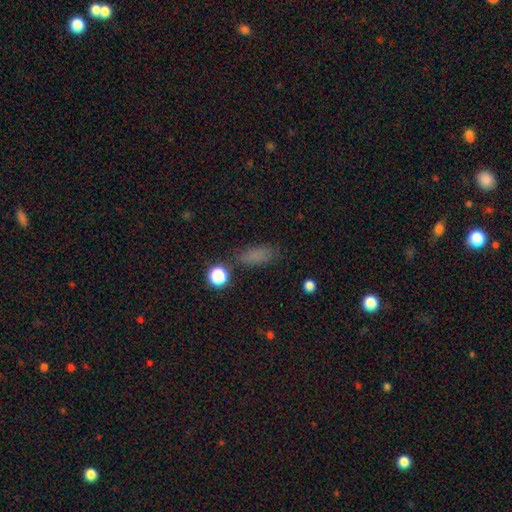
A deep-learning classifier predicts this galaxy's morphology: Q: Smooth or featured?
A: smooth (77%); runner-up: star or artifact (16%)
Q: How rounded?
A: in between (68%); runner-up: cigar-shaped (25%)
Q: Merging?
A: none (77%); runner-up: minor disturbance (14%)